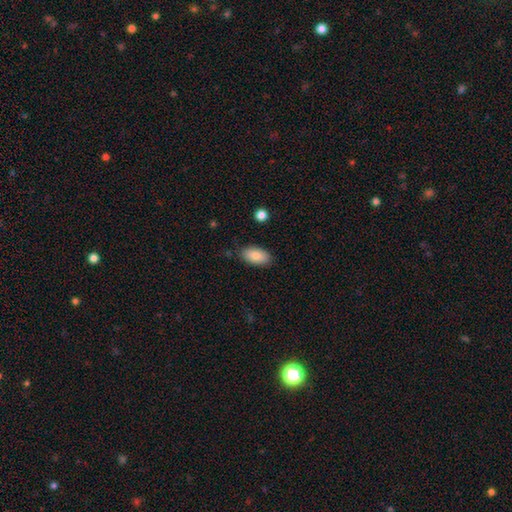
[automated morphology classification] This is clearly a smooth galaxy (85%). How rounded: clearly in between (94%). Merging: clearly none (84%).